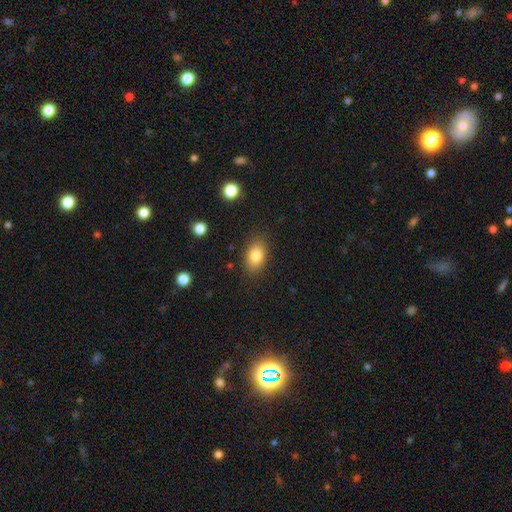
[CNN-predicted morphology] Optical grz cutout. It shows a smooth galaxy with no disk features (82%) that is in between round and cigar-shaped (83%). Merging: none (85%).